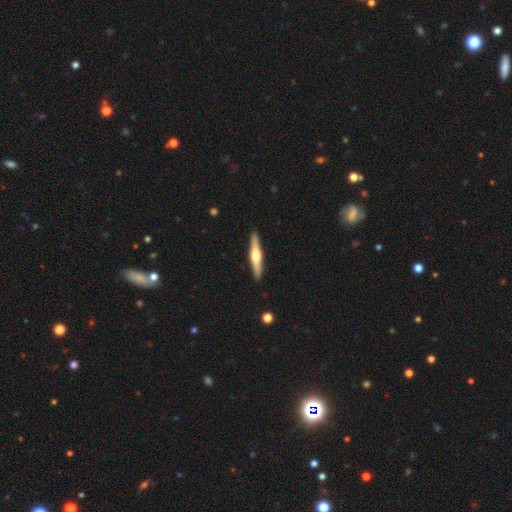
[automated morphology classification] Smooth or featured: featured or disk — 64% (smooth — 32%)
Edge-on disk: yes — 98% (no — 2%)
Edge-on bulge: rounded — 91% (boxy — 5%)
Merging: none — 92% (minor disturbance — 6%)